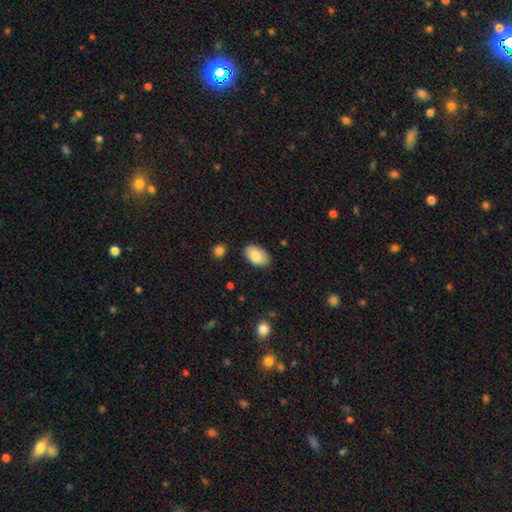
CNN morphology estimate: smooth_or_featured: smooth (p=0.83) [alt: featured or disk p=0.10]
how_rounded: in between (p=0.92) [alt: round p=0.07]
merging: none (p=0.84) [alt: minor disturbance p=0.12]